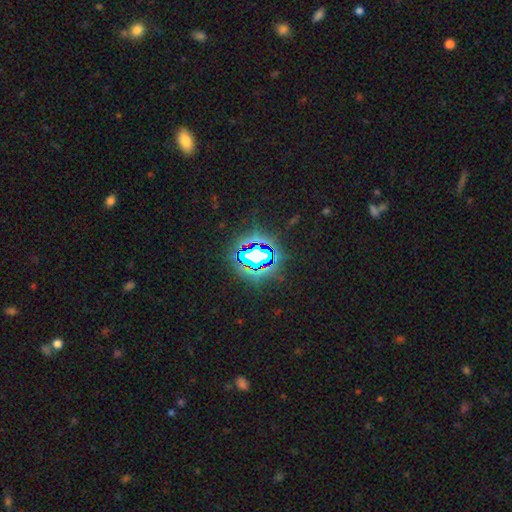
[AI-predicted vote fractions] This is likely a star or artifact rather than a galaxy (78%).